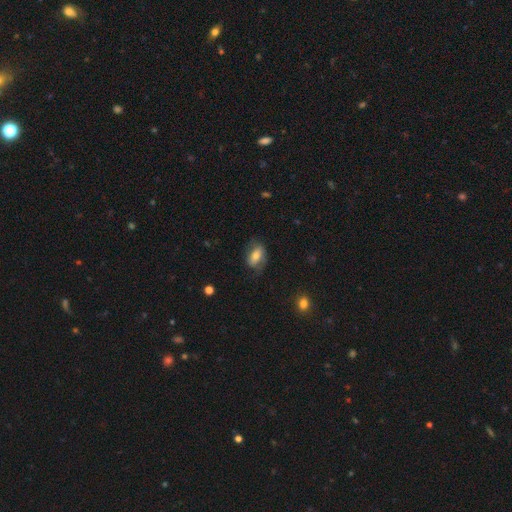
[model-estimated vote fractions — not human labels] smooth 59%, featured or disk 33%, star or artifact 8%. Down the decision tree: how rounded — in between (87%); merging — none (62%).